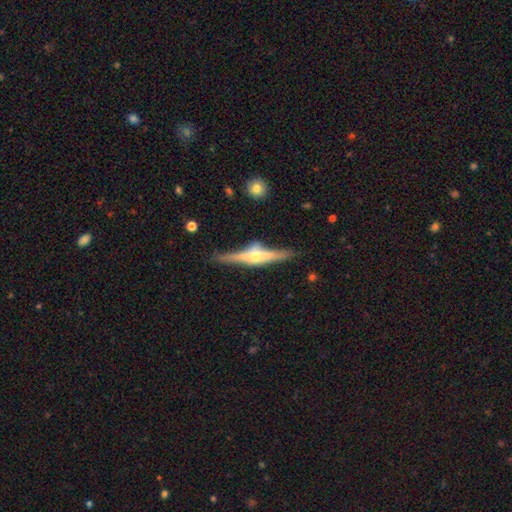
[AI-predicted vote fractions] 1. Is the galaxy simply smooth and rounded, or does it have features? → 81% featured or disk, 13% smooth, 6% star or artifact.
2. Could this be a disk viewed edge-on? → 97% yes, 3% no.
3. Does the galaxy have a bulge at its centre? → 88% rounded, 9% boxy, 3% none.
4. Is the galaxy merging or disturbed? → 81% none, 12% minor disturbance, 4% merger, 3% major disturbance.